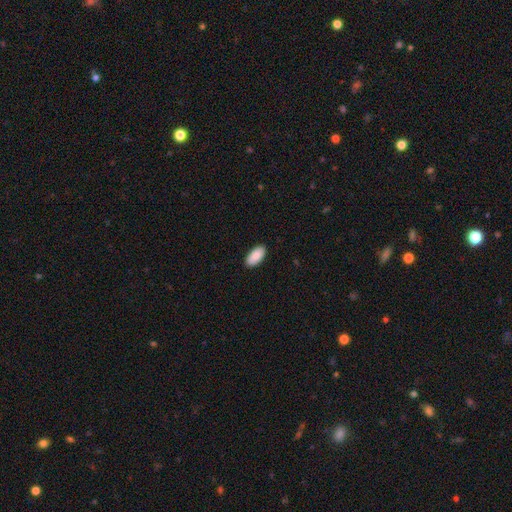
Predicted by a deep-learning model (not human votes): The model was most divided on "merging": none: 90%, minor disturbance: 8%, major disturbance: 2%, merger: 1%. More confident: how rounded — in between (94%); smooth or featured — smooth (89%).